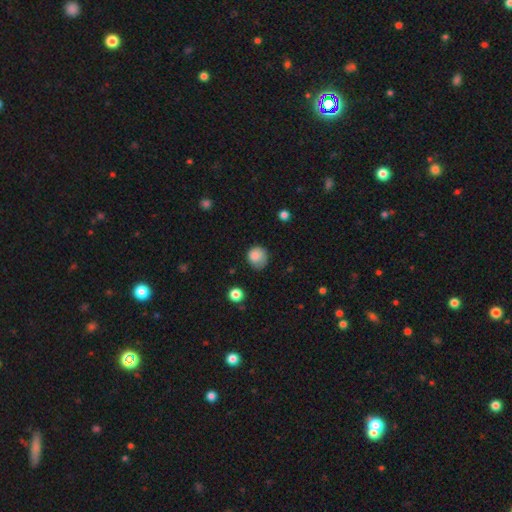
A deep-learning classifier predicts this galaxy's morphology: A smooth galaxy with no disk features (85%) that is round (80%).

Vote fractions:
- Smooth or featured? smooth: 85% / star or artifact: 9% / featured or disk: 7%
- How rounded? round: 80% / in between: 19% / cigar-shaped: 1%
- Merging? none: 58% / minor disturbance: 31% / major disturbance: 9% / merger: 2%